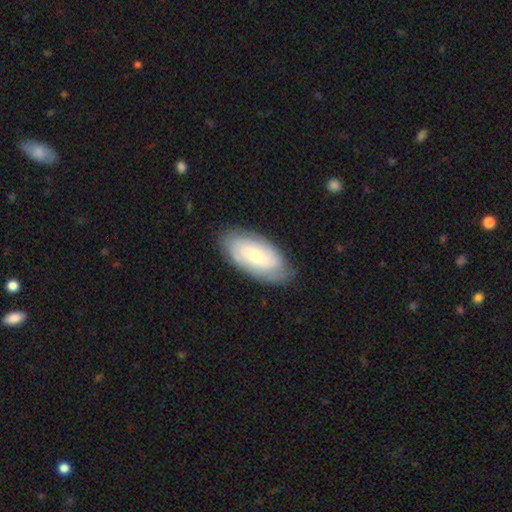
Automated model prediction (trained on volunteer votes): Smooth or featured? Predicted: featured or disk (p=0.51). Edge-on disk? Predicted: no (p=0.90). Merging? Predicted: none (p=0.80).